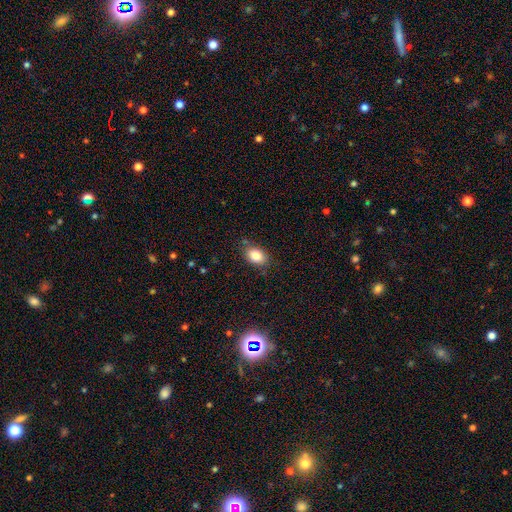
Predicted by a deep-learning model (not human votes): A smooth galaxy with no disk features (84%) that is in between round and cigar-shaped (78%).

Vote fractions:
- Smooth or featured? smooth: 84% / star or artifact: 9% / featured or disk: 7%
- How rounded? in between: 78% / round: 21% / cigar-shaped: 1%
- Merging? none: 79% / minor disturbance: 15% / major disturbance: 3% / merger: 2%